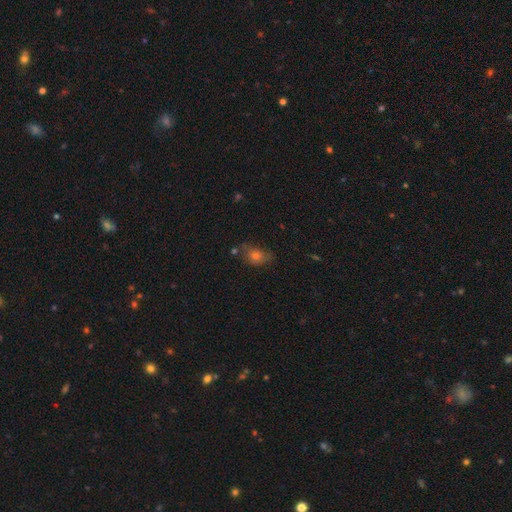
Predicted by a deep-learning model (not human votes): Smooth or featured: smooth — 61% (star or artifact — 20%)
How rounded: in between — 65% (round — 33%)
Merging: none — 65% (minor disturbance — 22%)